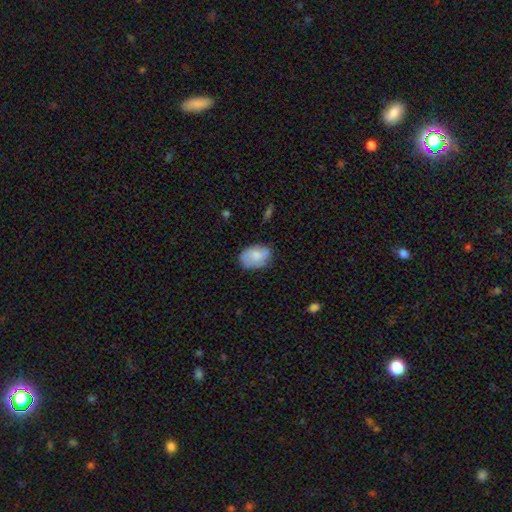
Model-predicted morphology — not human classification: type=smooth (76%); roundness=in between (85%); merging=none (68%).